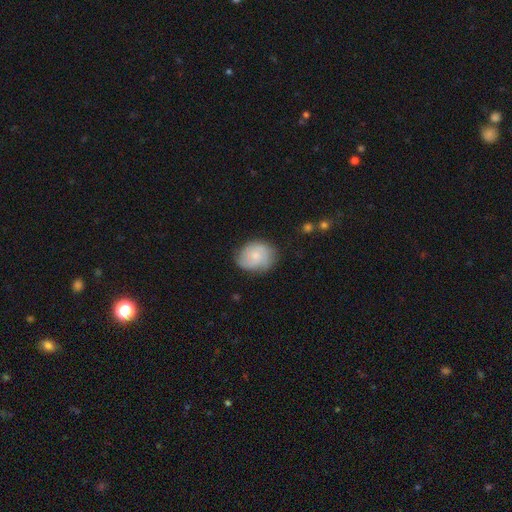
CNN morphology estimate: smooth_or_featured: smooth (p=0.52) [alt: featured or disk p=0.41]
how_rounded: round (p=0.52) [alt: in between p=0.47]
merging: none (p=0.70) [alt: minor disturbance p=0.22]